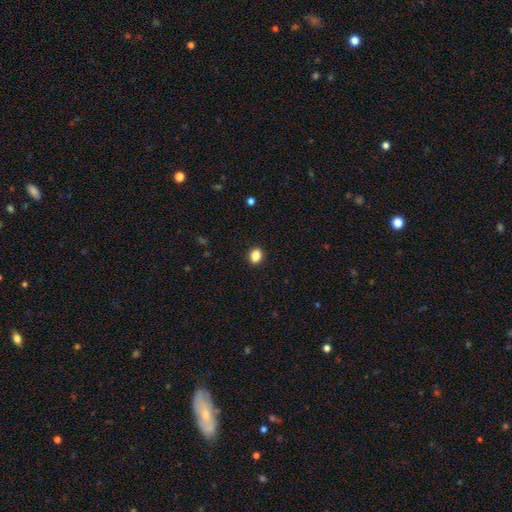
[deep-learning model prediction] smooth_or_featured: smooth (p=0.86) [alt: star or artifact p=0.10]
how_rounded: round (p=0.52) [alt: in between p=0.47]
merging: none (p=0.91) [alt: minor disturbance p=0.06]